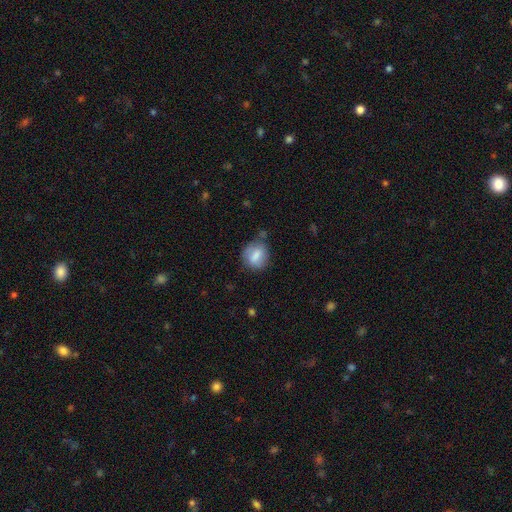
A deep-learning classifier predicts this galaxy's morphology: The model was most divided on "how rounded": round: 60%, in between: 38%, cigar-shaped: 2%. More confident: smooth or featured — smooth (74%); merging — none (62%).